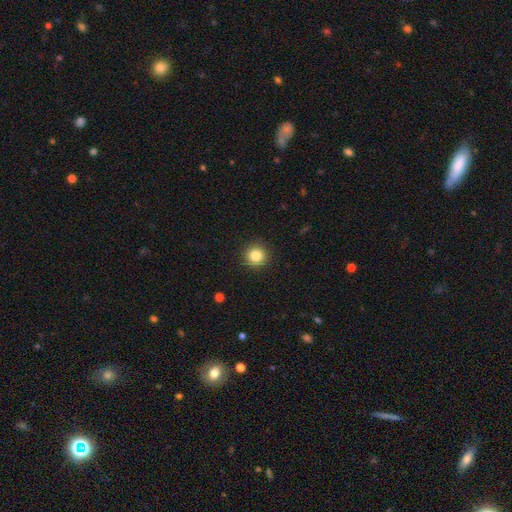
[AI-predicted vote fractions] Morphology: type=smooth (84%); roundness=round (95%); merging=none (92%).